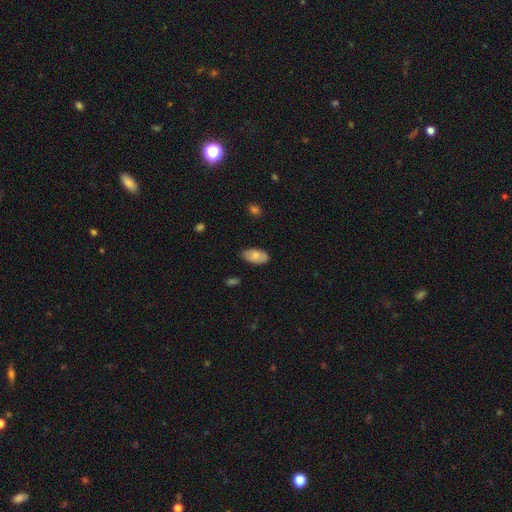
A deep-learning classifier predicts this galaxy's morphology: Smooth or featured?
  - smooth: 77% *
  - featured or disk: 17%
  - star or artifact: 6%
How rounded?
  - in between: 94% *
  - round: 3%
  - cigar-shaped: 2%
Merging?
  - none: 81% *
  - minor disturbance: 15%
  - major disturbance: 3%
  - merger: 1%